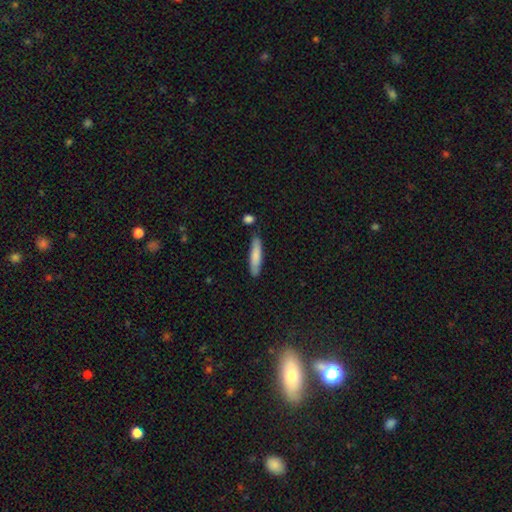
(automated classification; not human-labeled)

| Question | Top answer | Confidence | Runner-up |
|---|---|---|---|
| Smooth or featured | smooth | 79% | featured or disk (15%) |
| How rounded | cigar-shaped | 85% | in between (14%) |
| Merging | none | 82% | minor disturbance (12%) |